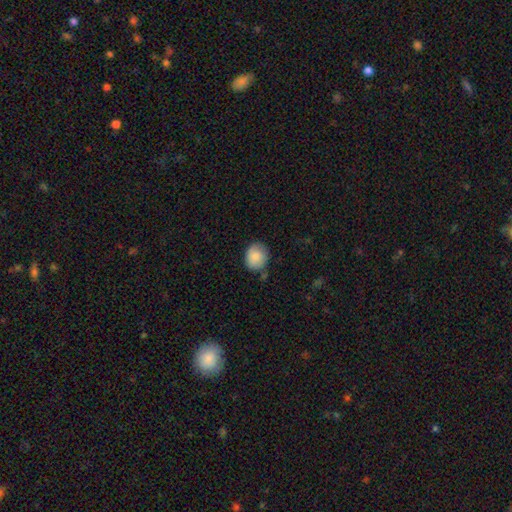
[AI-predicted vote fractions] A smooth galaxy with no disk features (84%) that is round (64%).

Vote fractions:
- Smooth or featured? smooth: 84% / featured or disk: 9% / star or artifact: 7%
- How rounded? round: 64% / in between: 35% / cigar-shaped: 1%
- Merging? none: 72% / minor disturbance: 20% / major disturbance: 4% / merger: 3%